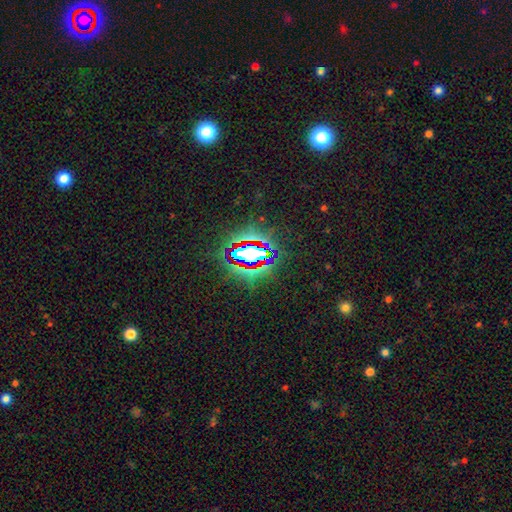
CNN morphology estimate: Smooth or featured?
  - star or artifact: 71% *
  - smooth: 18%
  - featured or disk: 11%